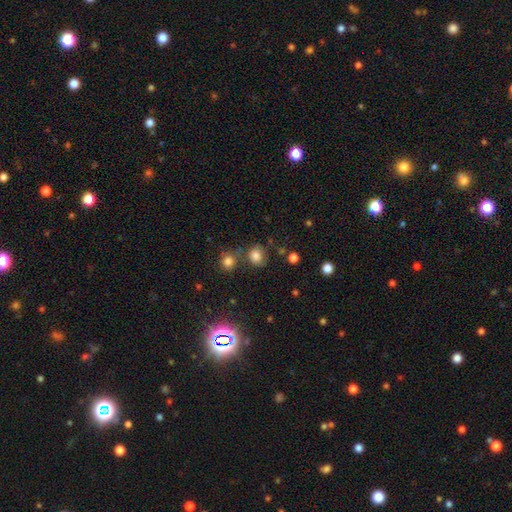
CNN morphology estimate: Overall: smooth (79%). How rounded: round (73%). Merging: none (67%).